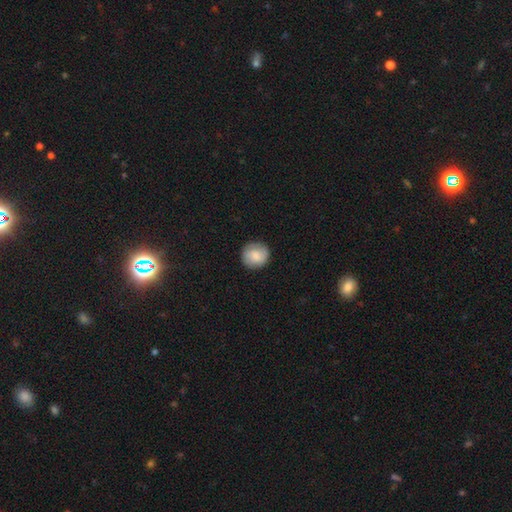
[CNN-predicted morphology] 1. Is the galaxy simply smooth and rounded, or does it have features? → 79% smooth, 14% featured or disk, 7% star or artifact.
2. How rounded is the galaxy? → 92% round, 7% in between, 1% cigar-shaped.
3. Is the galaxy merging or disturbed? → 86% none, 10% minor disturbance, 2% major disturbance, 1% merger.